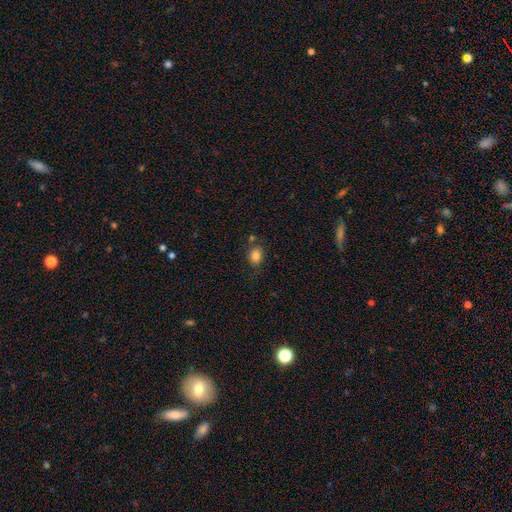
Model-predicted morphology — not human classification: smooth 83%, star or artifact 10%, featured or disk 6%. Down the decision tree: how rounded — in between (61%); merging — none (72%).